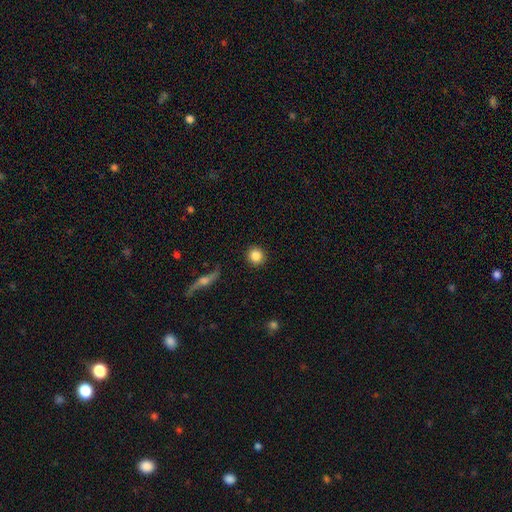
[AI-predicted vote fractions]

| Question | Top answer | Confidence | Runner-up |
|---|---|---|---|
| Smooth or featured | smooth | 85% | star or artifact (9%) |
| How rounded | round | 92% | in between (6%) |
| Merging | none | 91% | minor disturbance (5%) |